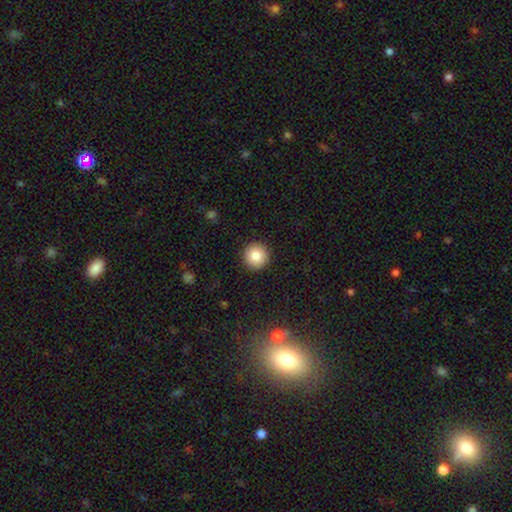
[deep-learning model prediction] A smooth galaxy with no disk features (83%) that is round (96%). Merging: none (92%).